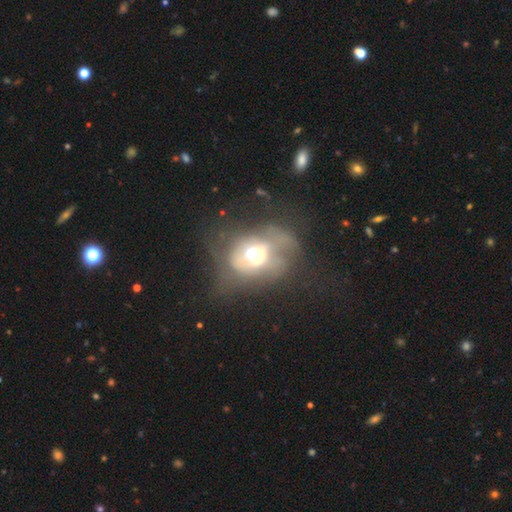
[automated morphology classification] A featured or disk galaxy (45%). Merging: major disturbance (37%).